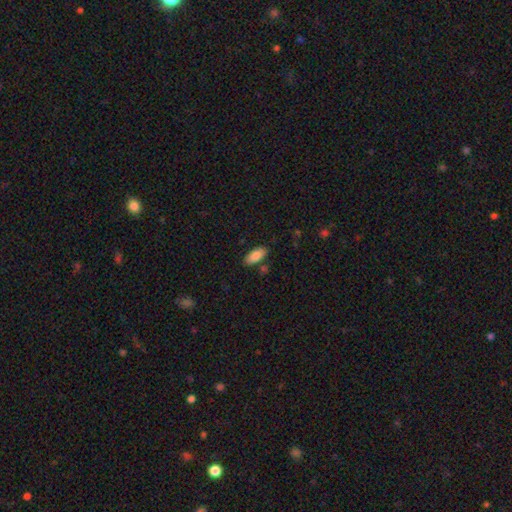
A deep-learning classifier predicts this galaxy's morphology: A smooth galaxy with no disk features (85%) that is in between round and cigar-shaped (88%).

Vote fractions:
- Smooth or featured? smooth: 85% / featured or disk: 9% / star or artifact: 6%
- How rounded? in between: 88% / cigar-shaped: 10% / round: 2%
- Merging? none: 82% / minor disturbance: 11% / merger: 4% / major disturbance: 2%